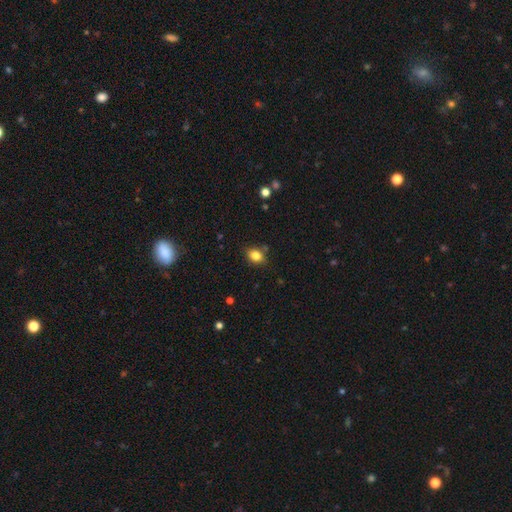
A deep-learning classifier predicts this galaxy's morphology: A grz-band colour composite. It shows a smooth galaxy with no disk features (82%) that is in between round and cigar-shaped (56%). Merging: none (79%).